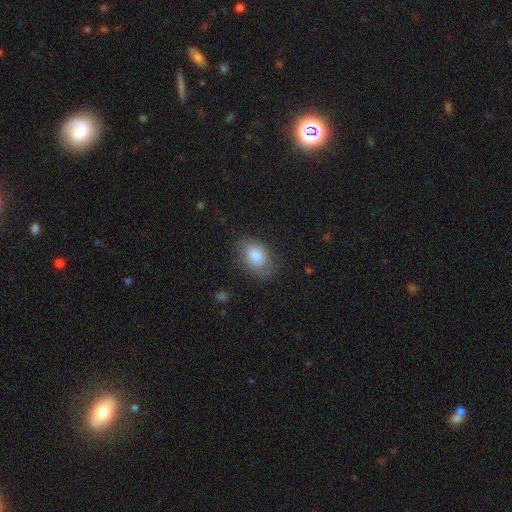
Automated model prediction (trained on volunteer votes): Morphology: type=smooth (83%); roundness=in between (88%); merging=none (76%).